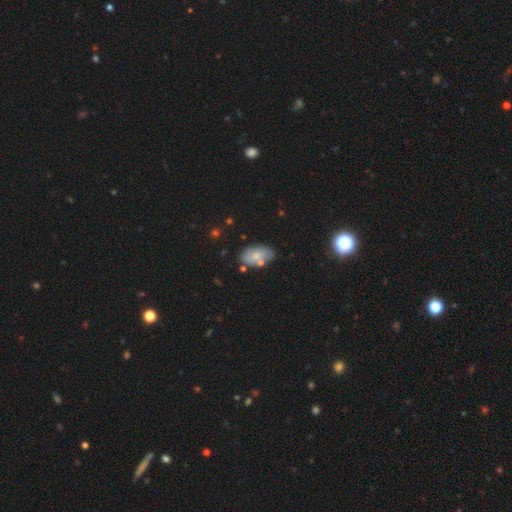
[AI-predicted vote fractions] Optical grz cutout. It shows a smooth galaxy with no disk features (67%) that is in between round and cigar-shaped (93%). Merging: none (68%).